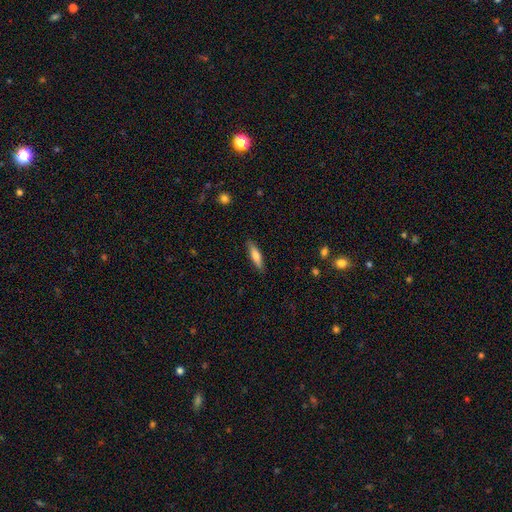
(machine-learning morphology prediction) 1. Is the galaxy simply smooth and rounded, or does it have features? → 69% smooth, 25% featured or disk, 6% star or artifact.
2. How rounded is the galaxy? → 73% cigar-shaped, 26% in between, 2% round.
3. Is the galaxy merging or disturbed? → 87% none, 9% minor disturbance, 2% major disturbance, 1% merger.